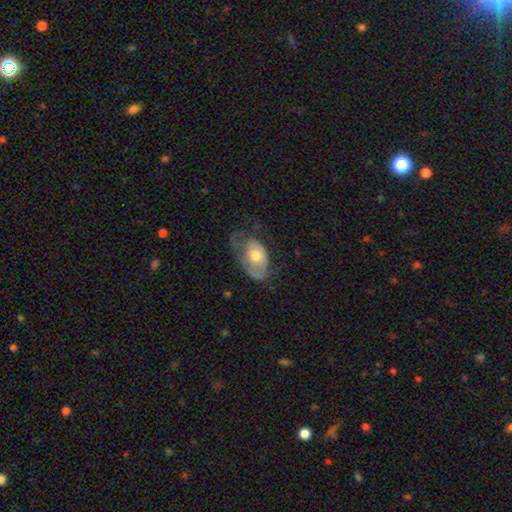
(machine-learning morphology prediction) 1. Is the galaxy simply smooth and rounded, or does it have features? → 49% featured or disk, 45% smooth, 6% star or artifact.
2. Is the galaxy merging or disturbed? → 35% major disturbance, 33% none, 30% minor disturbance, 2% merger.